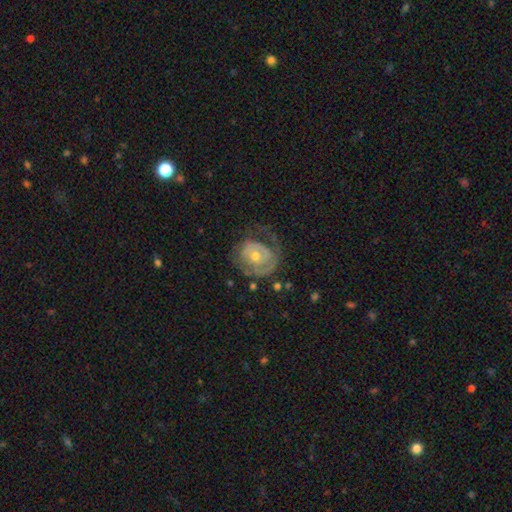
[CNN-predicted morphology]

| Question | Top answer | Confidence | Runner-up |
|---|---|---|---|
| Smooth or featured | featured or disk | 74% | smooth (20%) |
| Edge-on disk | no | 97% | yes (3%) |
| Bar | no | 76% | weak (19%) |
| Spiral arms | yes | 74% | no (26%) |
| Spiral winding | tight | 60% | medium (26%) |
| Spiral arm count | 2 | 35% | can't tell (28%) |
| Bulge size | moderate | 55% | small (41%) |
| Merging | none | 53% | major disturbance (23%) |